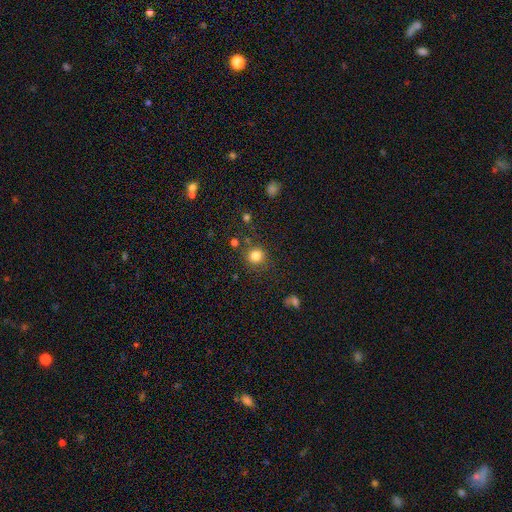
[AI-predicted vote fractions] A smooth galaxy with no disk features (81%) that is round (87%).

Vote fractions:
- Smooth or featured? smooth: 81% / star or artifact: 13% / featured or disk: 6%
- How rounded? round: 87% / in between: 12% / cigar-shaped: 1%
- Merging? none: 81% / minor disturbance: 10% / merger: 5% / major disturbance: 4%